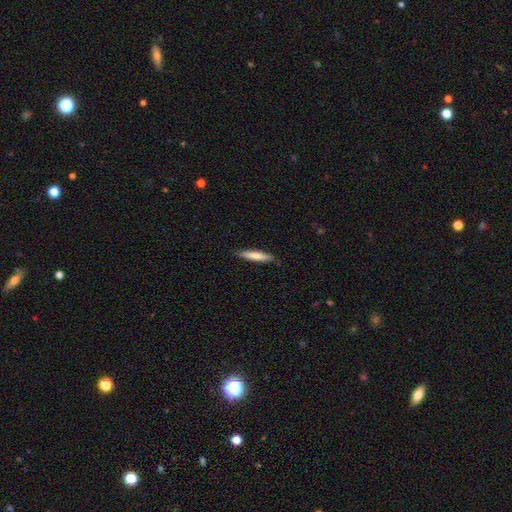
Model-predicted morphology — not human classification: Smooth or featured? Predicted: smooth (p=0.75). How rounded? Predicted: cigar-shaped (p=0.89). Merging? Predicted: none (p=0.87).